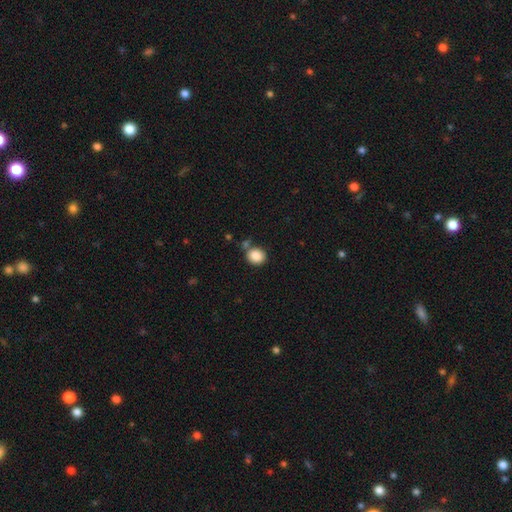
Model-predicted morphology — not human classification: smooth 88%, star or artifact 8%, featured or disk 4%. Down the decision tree: how rounded — round (70%); merging — none (69%).